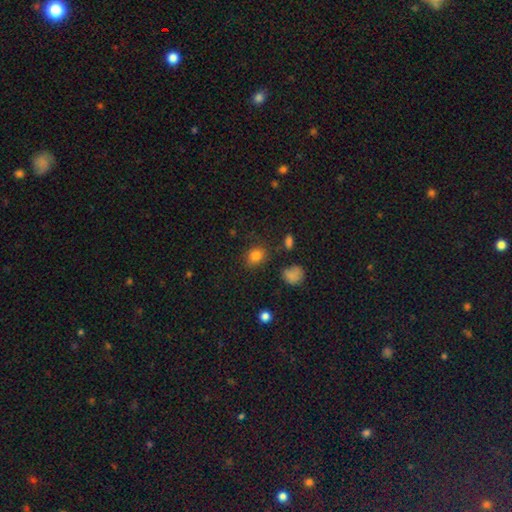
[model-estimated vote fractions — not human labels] Smooth or featured: smooth — 82% (star or artifact — 12%)
How rounded: round — 56% (in between — 43%)
Merging: none — 80% (minor disturbance — 13%)